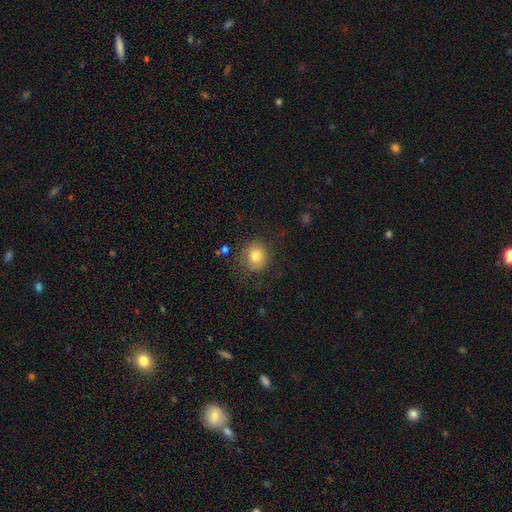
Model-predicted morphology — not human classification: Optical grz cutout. It shows a smooth galaxy with no disk features (77%) that is round (79%). Merging: none (72%).